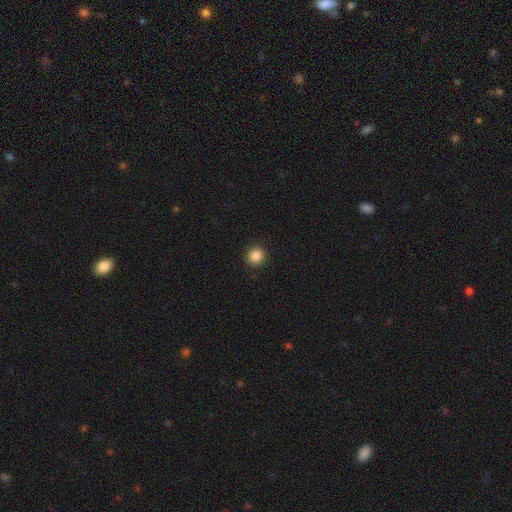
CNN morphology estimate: smooth-or-featured: smooth: 86% | star or artifact: 10% | featured or disk: 3%
  how-rounded: round: 94% | in between: 5% | cigar-shaped: 1%
  merging: none: 93% | minor disturbance: 5% | major disturbance: 2% | merger: 1%